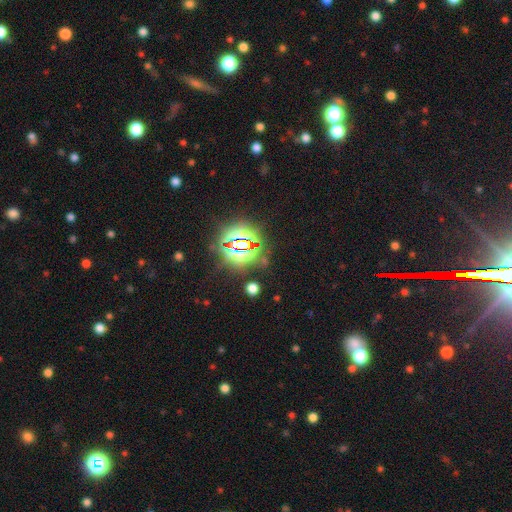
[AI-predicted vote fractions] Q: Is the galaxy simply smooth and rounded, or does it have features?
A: star or artifact — 82%.